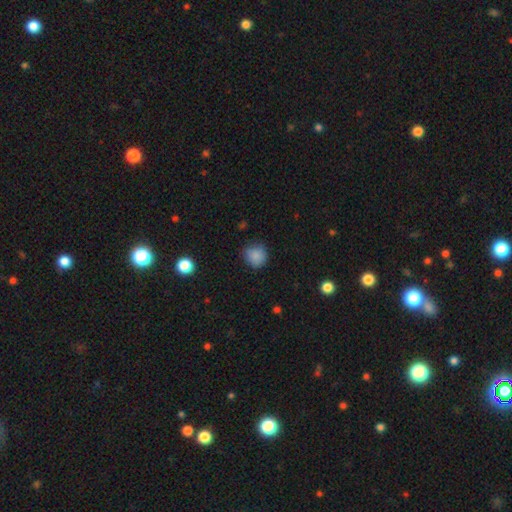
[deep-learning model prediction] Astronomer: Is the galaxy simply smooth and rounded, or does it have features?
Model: smooth — 86%.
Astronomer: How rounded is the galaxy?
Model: round — 87%.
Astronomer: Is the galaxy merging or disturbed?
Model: none — 78%.